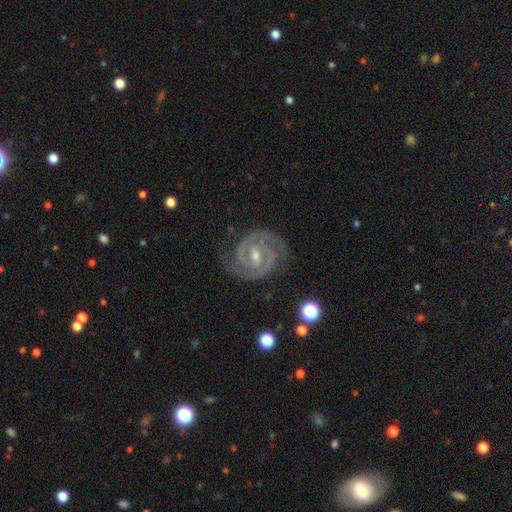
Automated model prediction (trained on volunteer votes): Smooth or featured?
  - featured or disk: 92% *
  - star or artifact: 5%
  - smooth: 3%
Edge-on disk?
  - no: 98% *
  - yes: 2%
Bar?
  - weak: 49% *
  - strong: 30%
  - no: 21%
Spiral arms?
  - yes: 99% *
  - no: 1%
Spiral winding?
  - tight: 68% *
  - medium: 29%
  - loose: 3%
Spiral arm count?
  - 2: 91% *
  - 3: 3%
  - can't tell: 2%
  - 1: 1%
  - 4: 1%
  - more than 4: 1%
Bulge size?
  - moderate: 49% *
  - small: 47%
  - none: 2%
  - large: 1%
  - dominant: 1%
Merging?
  - none: 82% *
  - minor disturbance: 13%
  - major disturbance: 4%
  - merger: 1%